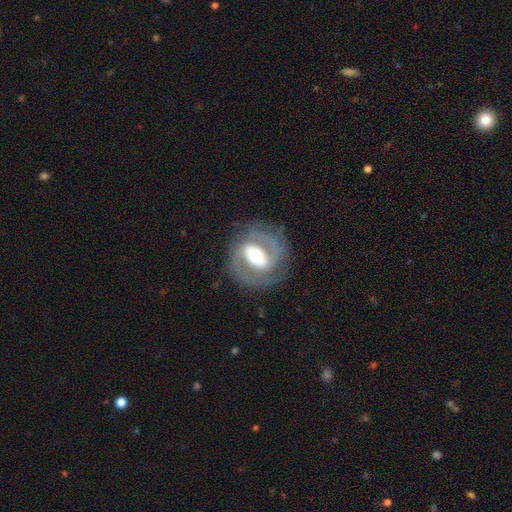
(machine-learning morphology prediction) smooth_or_featured: featured or disk (p=0.83) [alt: smooth p=0.12]
disk_edge_on: no (p=0.96) [alt: yes p=0.04]
bar: strong (p=0.50) [alt: weak p=0.34]
has_spiral_arms: yes (p=0.88) [alt: no p=0.12]
spiral_winding: medium (p=0.46) [alt: tight p=0.40]
spiral_arm_count: 2 (p=0.88) [alt: can't tell p=0.05]
bulge_size: moderate (p=0.62) [alt: large p=0.23]
merging: none (p=0.79) [alt: minor disturbance p=0.12]